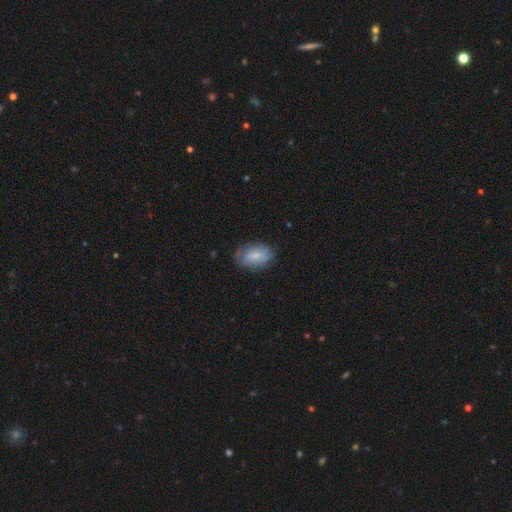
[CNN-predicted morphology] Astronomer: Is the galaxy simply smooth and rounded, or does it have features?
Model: smooth — 64%.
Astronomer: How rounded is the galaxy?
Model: in between — 88%.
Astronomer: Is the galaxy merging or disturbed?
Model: none — 70%.